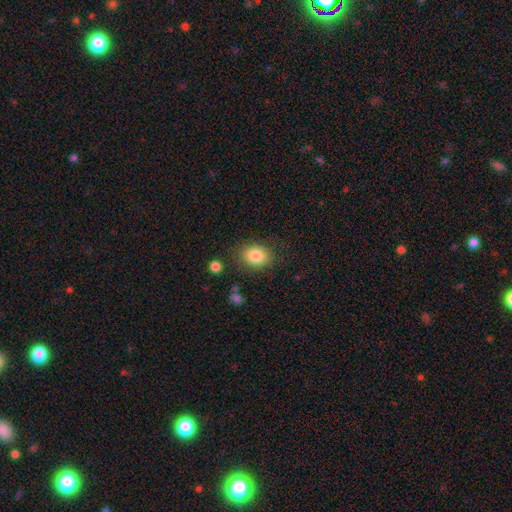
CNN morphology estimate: Overall: smooth (84%). How rounded: in between (56%; round 43%). Merging: none (82%).